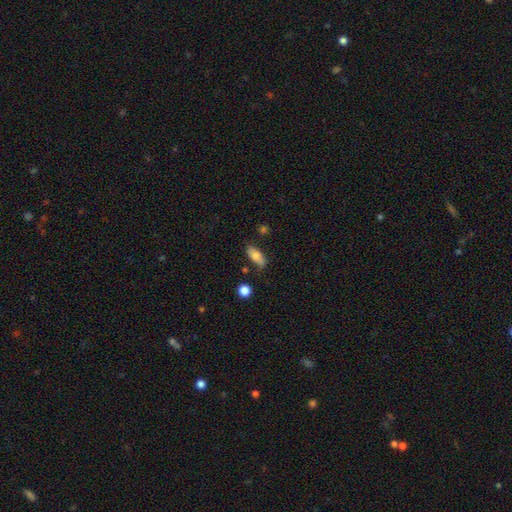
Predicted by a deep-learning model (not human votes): This appears to be a smooth galaxy with no disk features (74%) that is in between round and cigar-shaped (79%). Merging: none (73%).